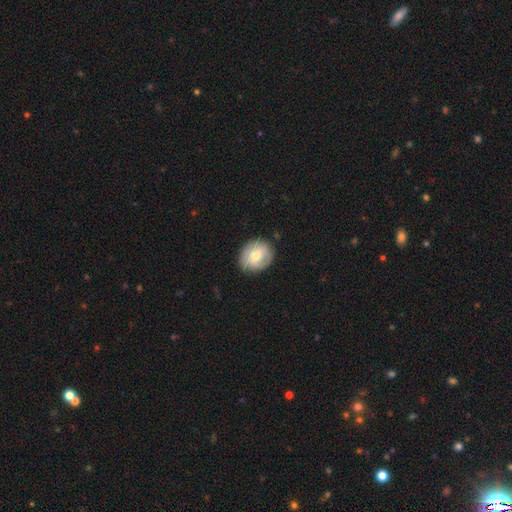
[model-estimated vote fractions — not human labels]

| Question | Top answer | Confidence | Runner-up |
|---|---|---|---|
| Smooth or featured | smooth | 51% | featured or disk (42%) |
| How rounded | round | 68% | in between (31%) |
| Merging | none | 81% | minor disturbance (14%) |